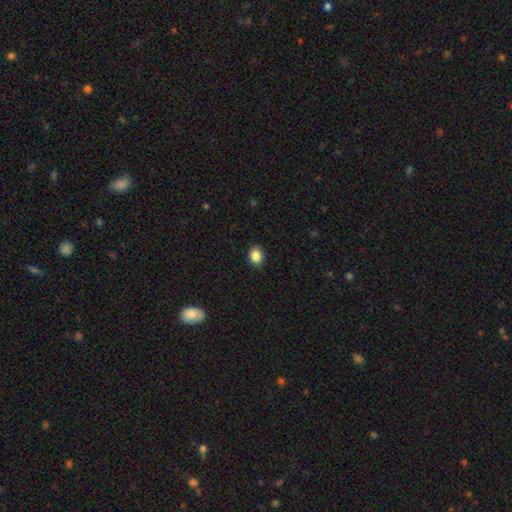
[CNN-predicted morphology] A smooth galaxy with no disk features (87%) that is round (54%). Merging: none (91%).